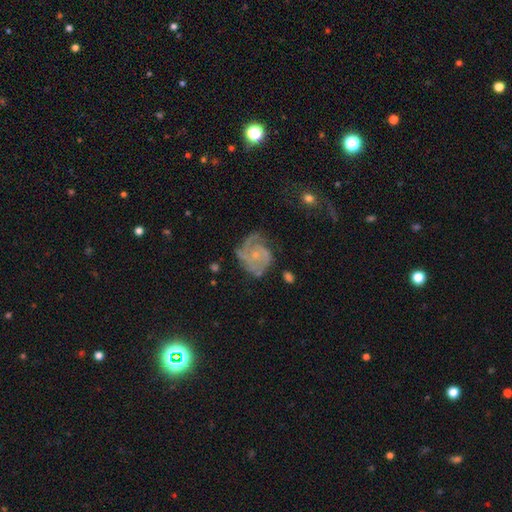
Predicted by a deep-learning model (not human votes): A featured or disk galaxy (83%) with no bar (75%), 3 (35%) tight (49%) spiral arms (95%) and a small central bulge (73%). Merging: none (59%).